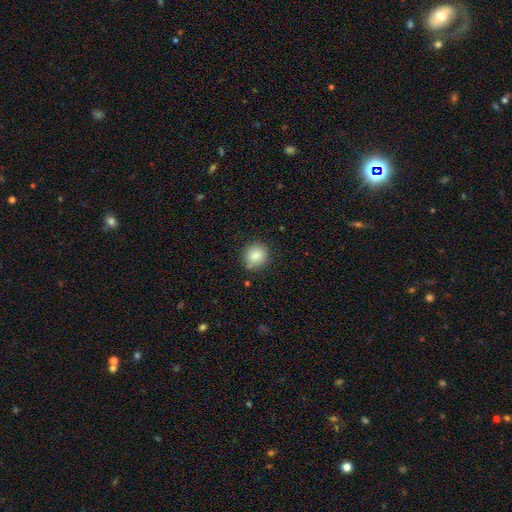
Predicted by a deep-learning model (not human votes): Q: Smooth or featured?
A: smooth (86%); runner-up: star or artifact (8%)
Q: How rounded?
A: round (82%); runner-up: in between (17%)
Q: Merging?
A: none (82%); runner-up: minor disturbance (14%)